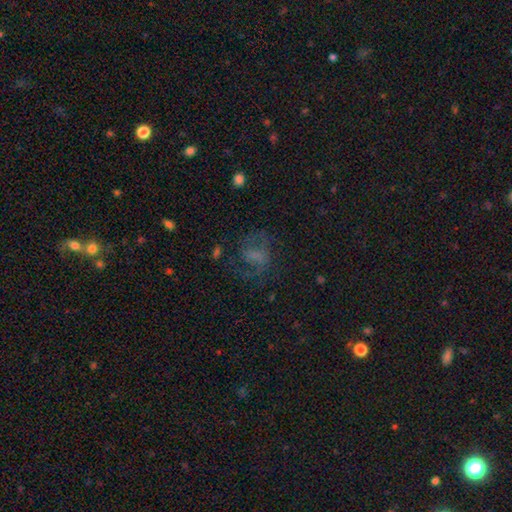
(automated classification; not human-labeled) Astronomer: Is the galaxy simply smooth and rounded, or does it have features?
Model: featured or disk — 48% (runner-up: smooth, 32%).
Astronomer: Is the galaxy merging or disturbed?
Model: none — 56%.